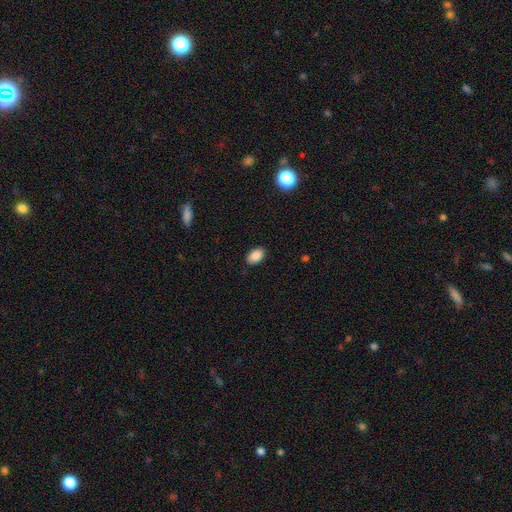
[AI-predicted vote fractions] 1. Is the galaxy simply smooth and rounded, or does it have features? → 88% smooth, 8% star or artifact, 4% featured or disk.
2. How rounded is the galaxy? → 91% in between, 8% round, 1% cigar-shaped.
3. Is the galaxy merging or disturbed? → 87% none, 9% minor disturbance, 2% major disturbance, 1% merger.